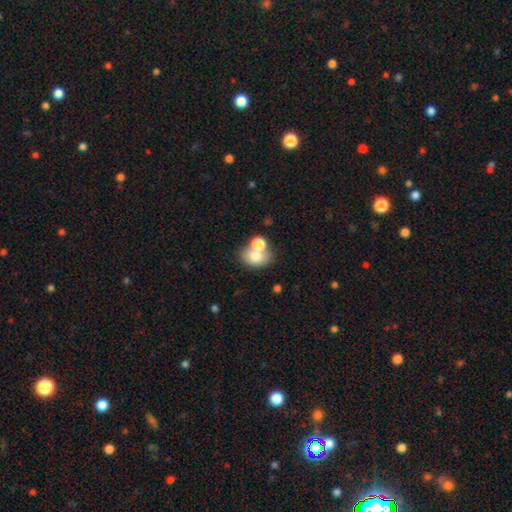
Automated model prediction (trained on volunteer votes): The model was most divided on "merging": none: 45%, merger: 40%, minor disturbance: 11%, major disturbance: 5%. More confident: smooth or featured — smooth (74%); how rounded — in between (60%).